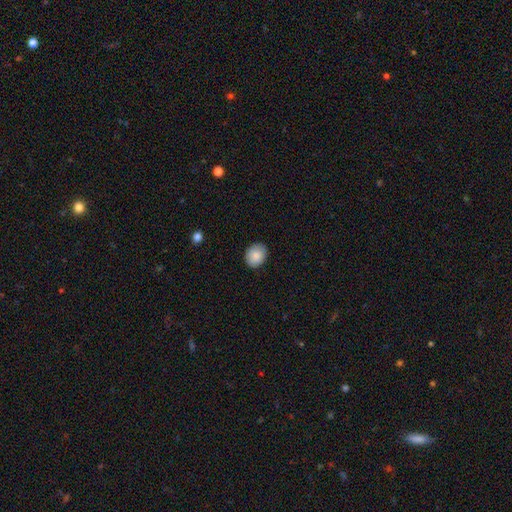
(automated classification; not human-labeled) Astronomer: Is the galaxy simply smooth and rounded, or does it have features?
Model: smooth — 87%.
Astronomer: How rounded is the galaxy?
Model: round — 51% (runner-up: in between, 48%).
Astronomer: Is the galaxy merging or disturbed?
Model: none — 87%.